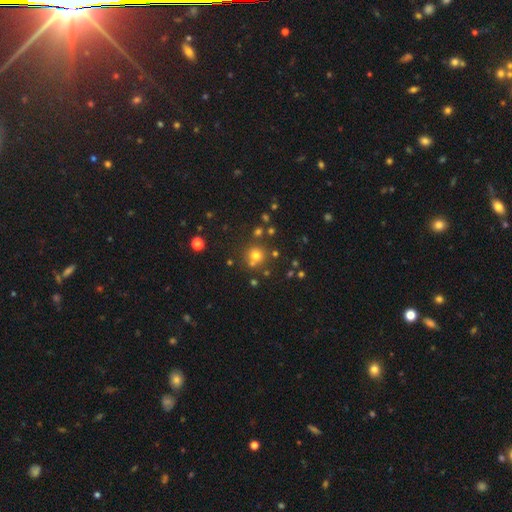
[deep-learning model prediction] This is likely a smooth galaxy (70%). How rounded: clearly round (92%). Merging: likely none (74%).